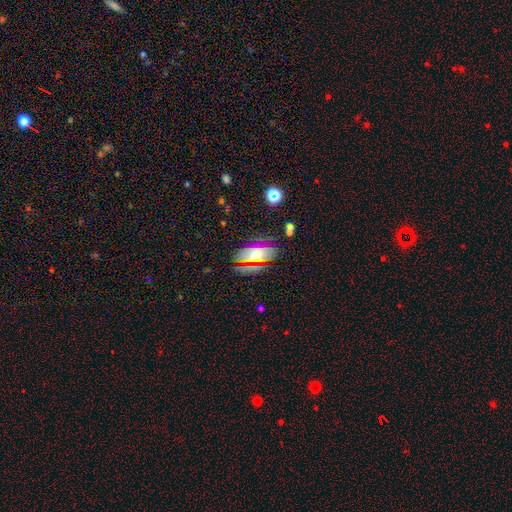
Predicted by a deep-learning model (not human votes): This appears to be a smooth galaxy with no disk features (52%) that is in between round and cigar-shaped (82%). Merging: none (76%).